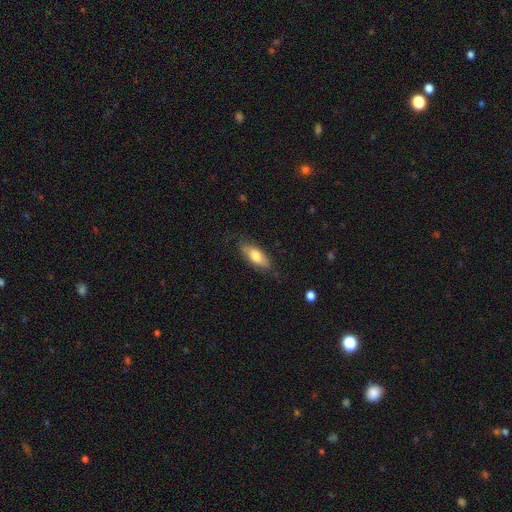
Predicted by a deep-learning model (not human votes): A smooth galaxy with no disk features (73%) that is in between round and cigar-shaped (75%).

Vote fractions:
- Smooth or featured? smooth: 73% / featured or disk: 21% / star or artifact: 6%
- How rounded? in between: 75% / cigar-shaped: 23% / round: 2%
- Merging? none: 73% / minor disturbance: 20% / major disturbance: 5% / merger: 1%